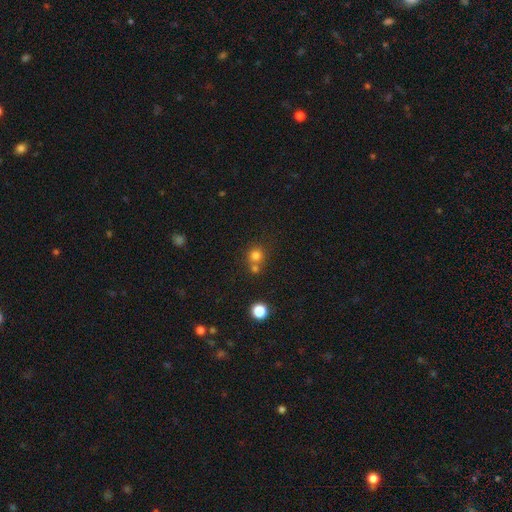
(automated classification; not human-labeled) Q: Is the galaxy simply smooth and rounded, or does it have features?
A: smooth — 77%.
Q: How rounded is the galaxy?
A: round — 88%.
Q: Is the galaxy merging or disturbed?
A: none — 57%.